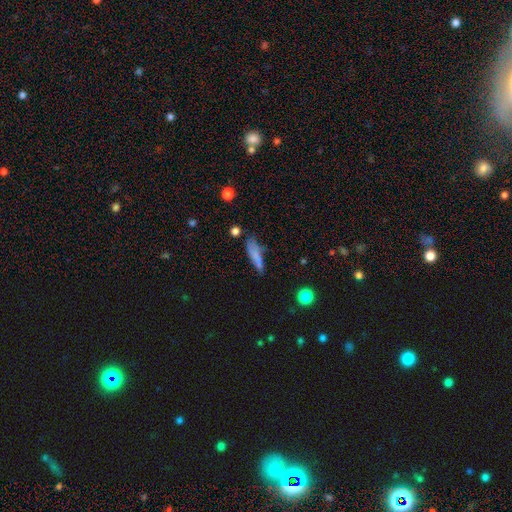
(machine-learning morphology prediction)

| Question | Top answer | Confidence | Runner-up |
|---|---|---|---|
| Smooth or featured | smooth | 69% | featured or disk (21%) |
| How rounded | cigar-shaped | 65% | in between (32%) |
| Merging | none | 51% | minor disturbance (29%) |